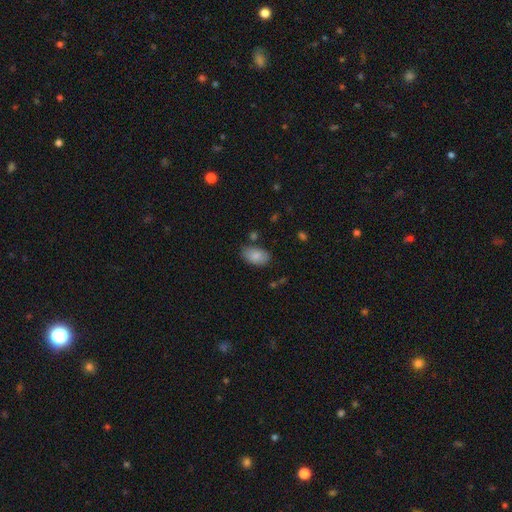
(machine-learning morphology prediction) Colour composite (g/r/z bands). It shows a smooth galaxy with no disk features (85%) that is in between round and cigar-shaped (93%). Merging: none (73%).